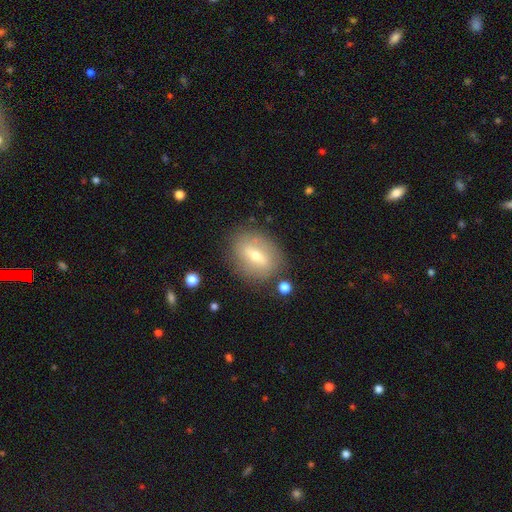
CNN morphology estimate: Q: Smooth or featured?
A: featured or disk (50%); runner-up: smooth (42%)
Q: Merging?
A: none (82%); runner-up: minor disturbance (12%)